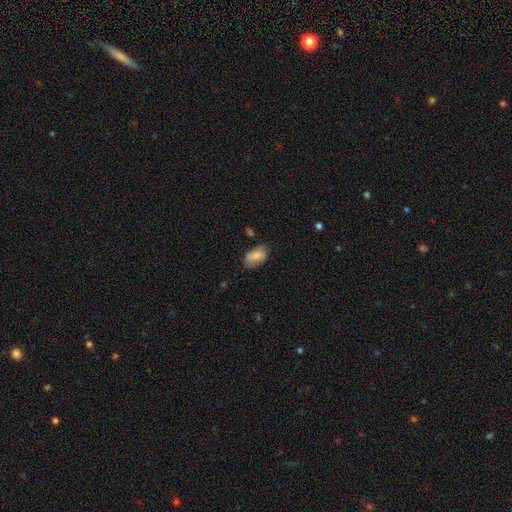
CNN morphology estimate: Smooth or featured? smooth (69%)
How rounded? in between (91%)
Merging? none (65%)